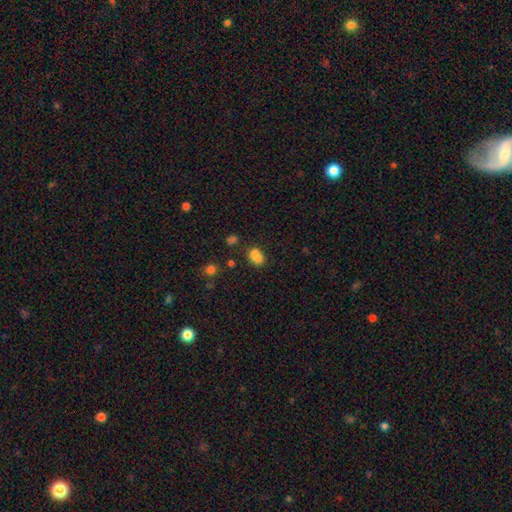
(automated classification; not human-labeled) A smooth galaxy with no disk features (82%) that is in between round and cigar-shaped (81%). Merging: none (60%).